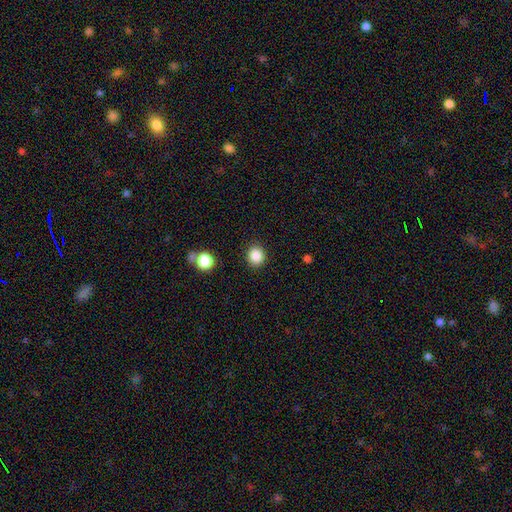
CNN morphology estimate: A smooth galaxy with no disk features (86%) that is round (86%).

Vote fractions:
- Smooth or featured? smooth: 86% / star or artifact: 11% / featured or disk: 4%
- How rounded? round: 86% / in between: 13% / cigar-shaped: 1%
- Merging? none: 89% / minor disturbance: 7% / major disturbance: 2% / merger: 2%